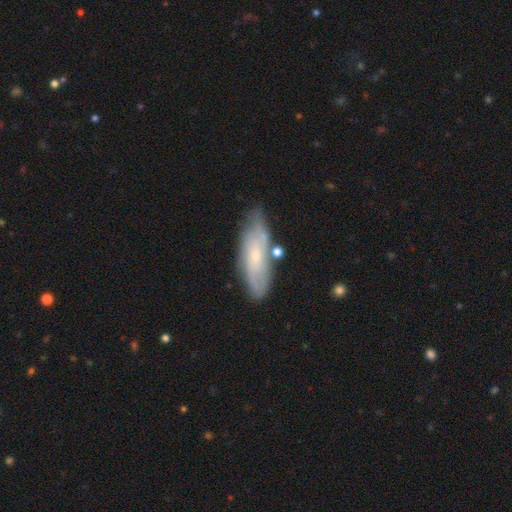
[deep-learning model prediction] Q: Smooth or featured?
A: featured or disk (56%); runner-up: smooth (37%)
Q: Edge-on disk?
A: no (81%); runner-up: yes (19%)
Q: Merging?
A: none (71%); runner-up: minor disturbance (19%)